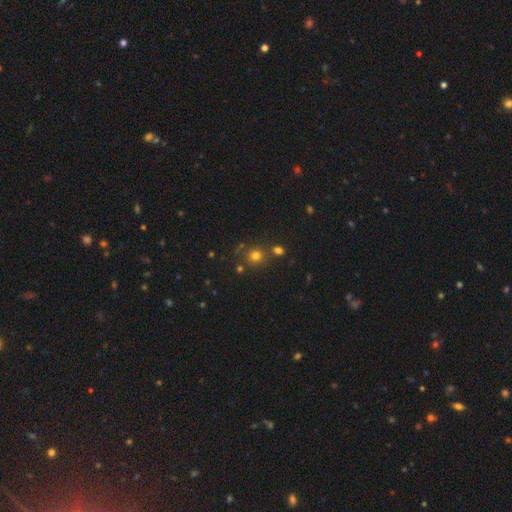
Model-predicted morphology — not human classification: This is likely a smooth galaxy (72%). How rounded: clearly round (87%). Merging: likely none (72%).